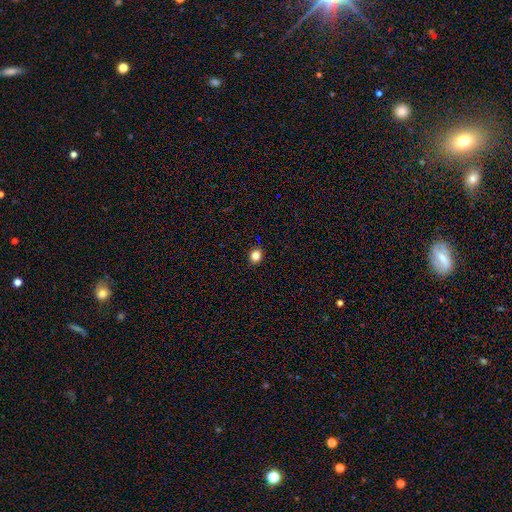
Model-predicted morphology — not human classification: A smooth galaxy with no disk features (82%) that is round (77%). Merging: none (91%).